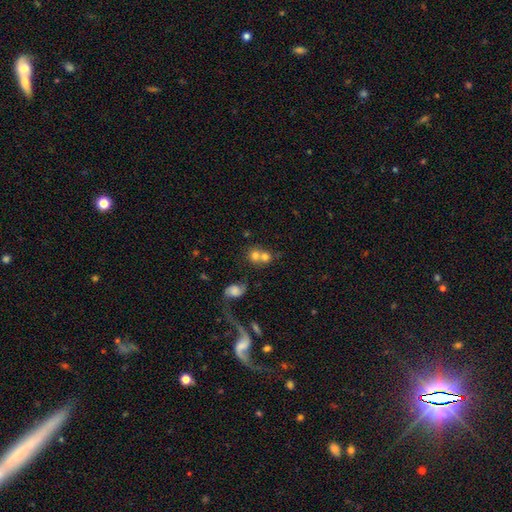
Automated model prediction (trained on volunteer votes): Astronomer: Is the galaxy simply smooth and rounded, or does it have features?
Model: smooth — 69%.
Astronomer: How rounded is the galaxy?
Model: round — 77%.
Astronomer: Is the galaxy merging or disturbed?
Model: merger — 57%.